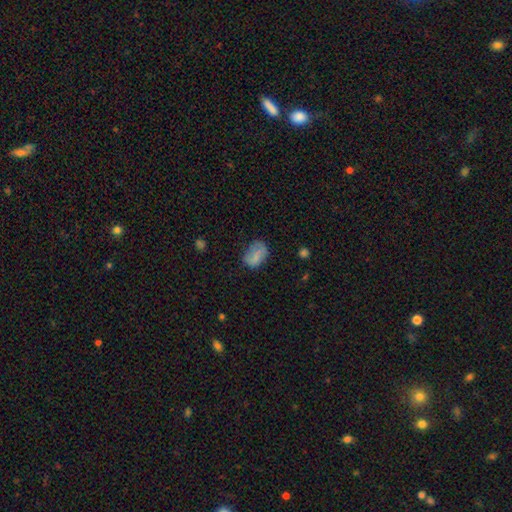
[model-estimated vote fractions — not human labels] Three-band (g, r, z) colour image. It shows a smooth galaxy with no disk features (73%) that is in between round and cigar-shaped (78%). Merging: none (57%).